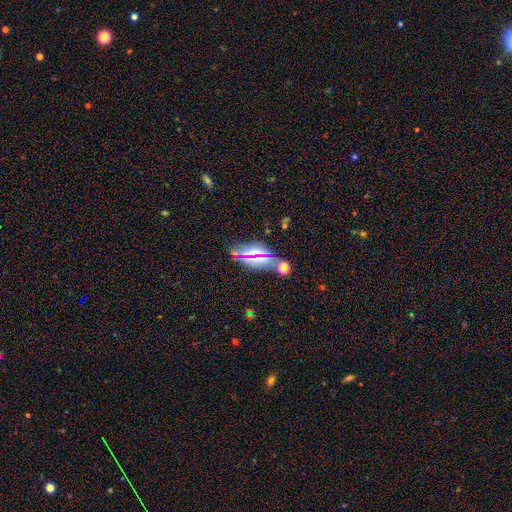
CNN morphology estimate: Smooth or featured? Predicted: smooth (p=0.57). How rounded? Predicted: in between (p=0.81). Merging? Predicted: none (p=0.73).